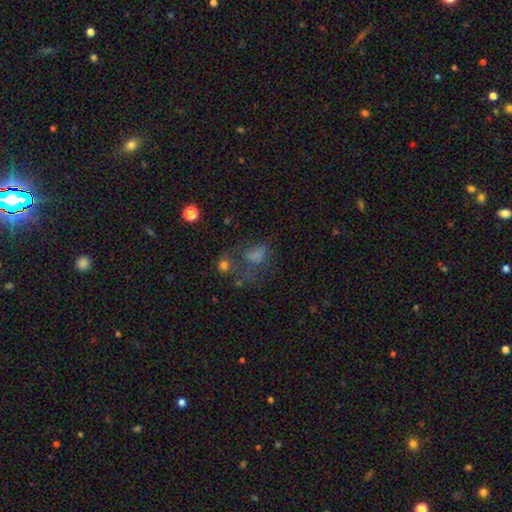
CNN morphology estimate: This appears to be a smooth galaxy with no disk features (63%) that is in between round and cigar-shaped (68%). Merging: major disturbance (34%).